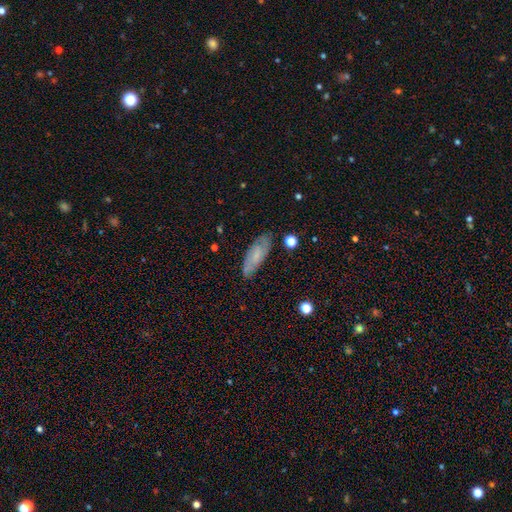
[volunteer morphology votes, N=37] This is possibly a featured or disk galaxy (49%). It is possibly not viewed edge-on (56%). Bar: possibly weak (50%, tied with no). Spiral arm pattern: clearly yes (80%). Spiral arm count: possibly 2 (50%). Spiral winding: possibly tight (50%). Central bulge: marginally moderate (40%). Merging: likely none (66%).